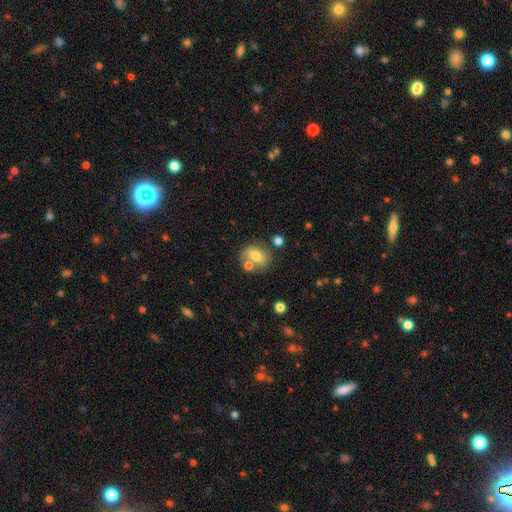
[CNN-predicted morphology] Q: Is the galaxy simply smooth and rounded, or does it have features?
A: smooth — 69%.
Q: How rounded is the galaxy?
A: in between — 58%.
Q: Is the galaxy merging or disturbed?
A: none — 51%.